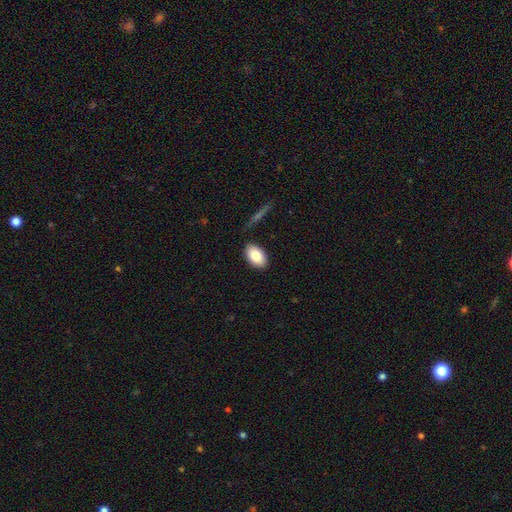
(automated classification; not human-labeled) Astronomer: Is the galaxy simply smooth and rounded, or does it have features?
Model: smooth — 82%.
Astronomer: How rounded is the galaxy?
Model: in between — 92%.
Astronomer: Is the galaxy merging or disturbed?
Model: none — 87%.